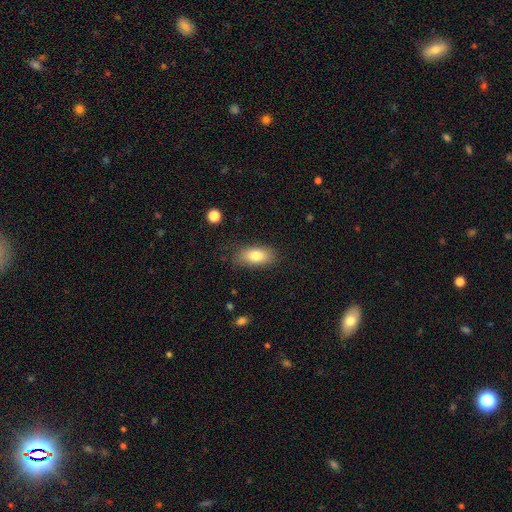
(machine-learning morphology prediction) smooth-or-featured: smooth: 79% | featured or disk: 13% | star or artifact: 8%
  how-rounded: in between: 88% | cigar-shaped: 7% | round: 5%
  merging: none: 77% | minor disturbance: 17% | major disturbance: 5% | merger: 1%